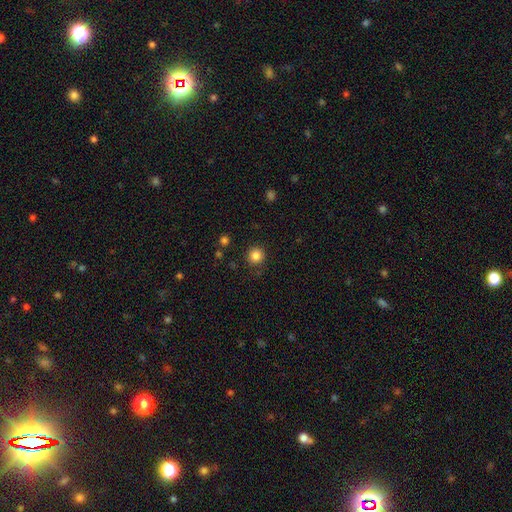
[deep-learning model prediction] smooth-or-featured: smooth: 84% | star or artifact: 12% | featured or disk: 4%
  how-rounded: round: 94% | in between: 5% | cigar-shaped: 1%
  merging: none: 89% | minor disturbance: 7% | major disturbance: 2% | merger: 2%